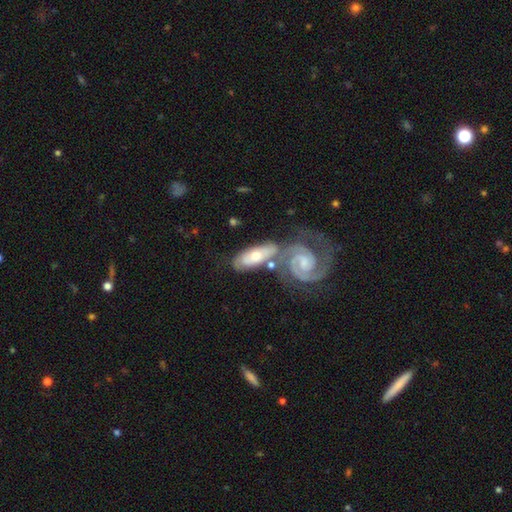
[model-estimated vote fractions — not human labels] Smooth or featured? Predicted: featured or disk (p=0.64). Edge-on disk? Predicted: no (p=0.87). Bar? Predicted: no (p=0.67). Spiral arms? Predicted: yes (p=0.87). Bulge size? Predicted: moderate (p=0.54). Merging? Predicted: none (p=0.43).